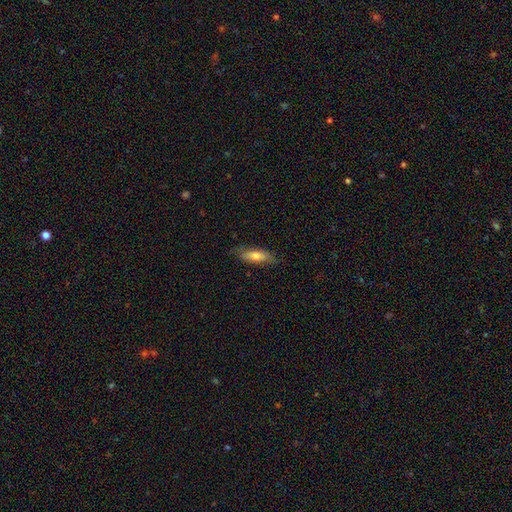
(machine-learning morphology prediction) This appears to be a smooth galaxy with no disk features (67%) that is in between round and cigar-shaped (56%). Merging: none (76%).